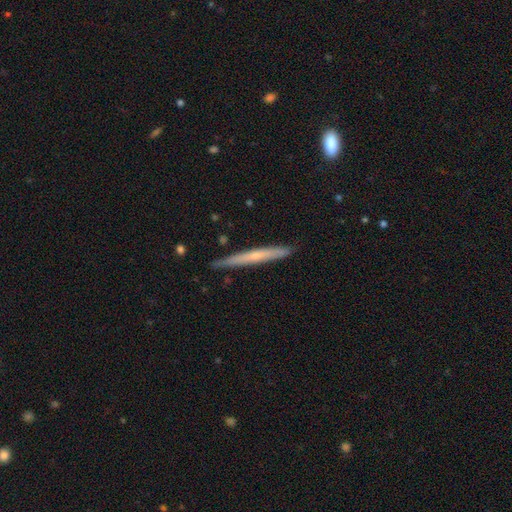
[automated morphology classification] This appears to be a smooth galaxy with no disk features (47%, tied with featured or disk). Merging: none (87%).